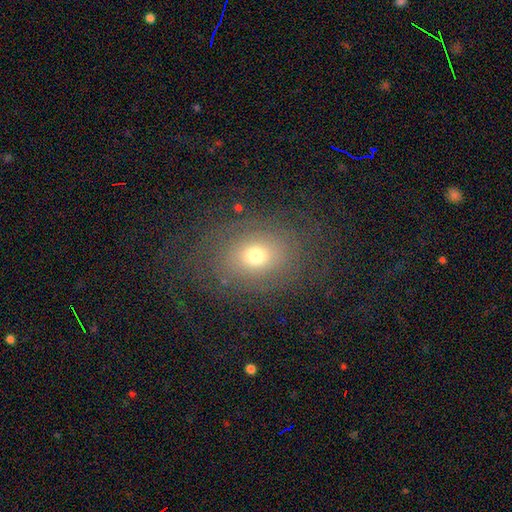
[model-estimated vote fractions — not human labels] Smooth or featured: smooth — 53% (featured or disk — 32%)
How rounded: in between — 53% (round — 46%)
Merging: none — 73% (minor disturbance — 14%)